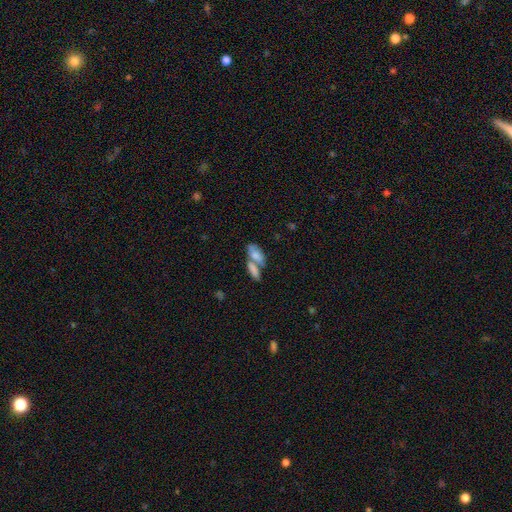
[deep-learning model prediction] Smooth or featured?
  - smooth: 73% *
  - featured or disk: 20%
  - star or artifact: 7%
How rounded?
  - in between: 84% *
  - cigar-shaped: 12%
  - round: 4%
Merging?
  - merger: 57% *
  - none: 28%
  - minor disturbance: 10%
  - major disturbance: 5%